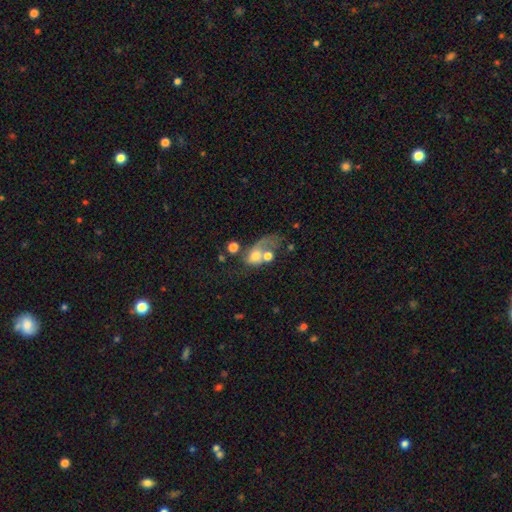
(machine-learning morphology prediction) A smooth galaxy with no disk features (50%) that is in between round and cigar-shaped (61%). Merging: merger (42%).